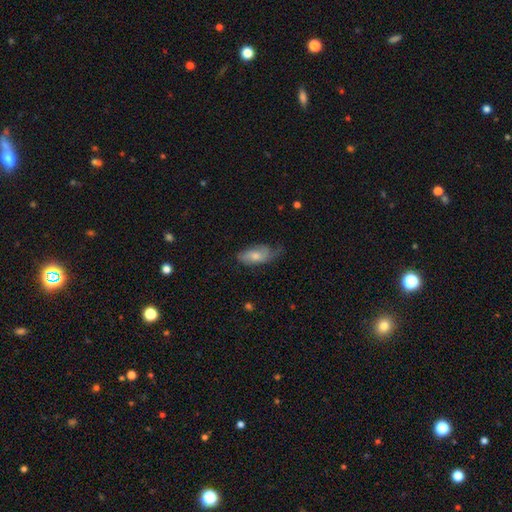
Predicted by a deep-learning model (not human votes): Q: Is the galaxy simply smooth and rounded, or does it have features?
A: smooth — 63%.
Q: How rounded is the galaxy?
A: in between — 86%.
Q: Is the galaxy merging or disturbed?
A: none — 46%.